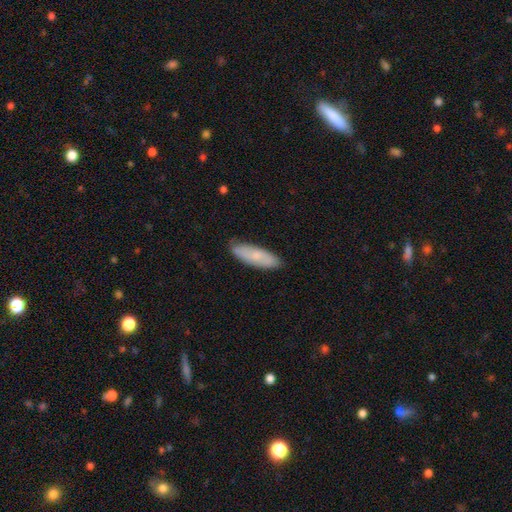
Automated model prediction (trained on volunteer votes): smooth 71%, featured or disk 23%, star or artifact 6%. Down the decision tree: how rounded — in between (51%); merging — none (82%).